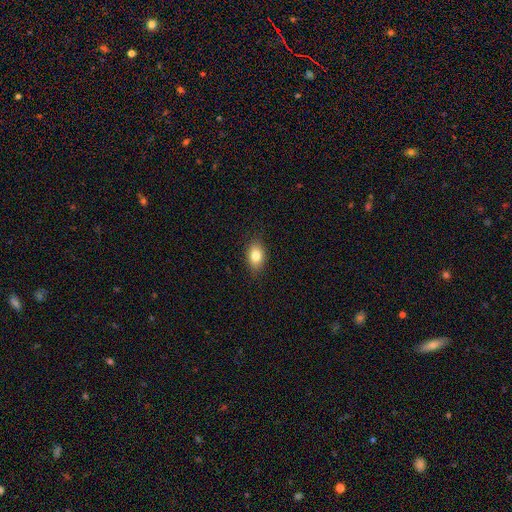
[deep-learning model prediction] Smooth or featured? smooth (82%)
How rounded? in between (83%)
Merging? none (86%)